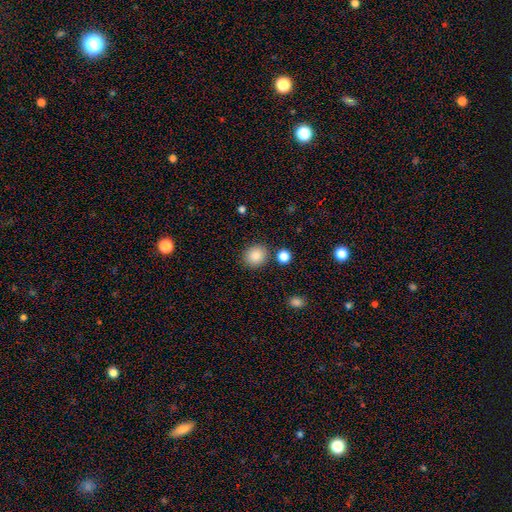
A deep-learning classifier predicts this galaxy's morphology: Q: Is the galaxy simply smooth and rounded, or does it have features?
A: smooth — 87%.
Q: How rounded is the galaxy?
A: round — 77%.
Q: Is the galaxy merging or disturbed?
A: none — 84%.